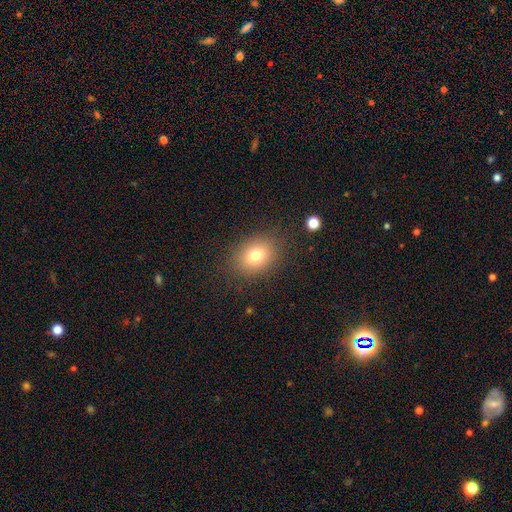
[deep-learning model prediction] Q: Smooth or featured?
A: smooth (77%); runner-up: star or artifact (12%)
Q: How rounded?
A: in between (58%); runner-up: round (41%)
Q: Merging?
A: none (85%); runner-up: minor disturbance (10%)